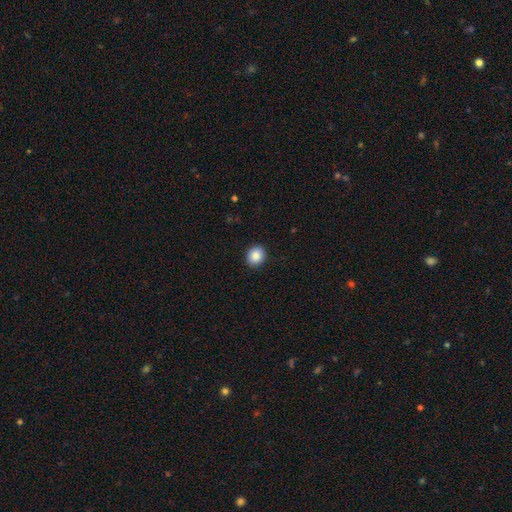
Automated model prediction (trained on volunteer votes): Smooth or featured? Predicted: smooth (p=0.87). How rounded? Predicted: round (p=0.74). Merging? Predicted: none (p=0.91).